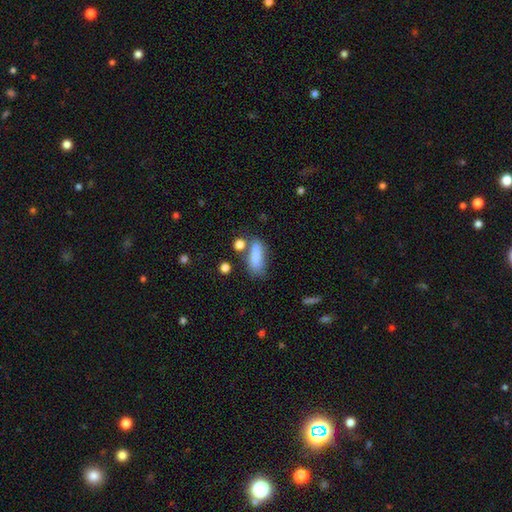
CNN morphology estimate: Smooth or featured? smooth (79%)
How rounded? in between (63%)
Merging? none (46%)